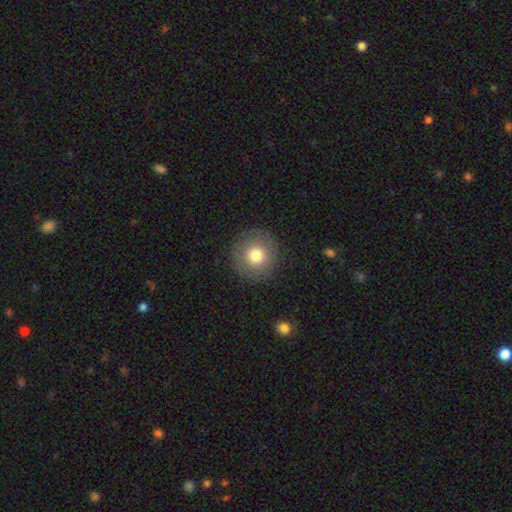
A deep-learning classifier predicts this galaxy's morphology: Smooth or featured? Predicted: smooth (p=0.76). How rounded? Predicted: round (p=0.95). Merging? Predicted: none (p=0.89).